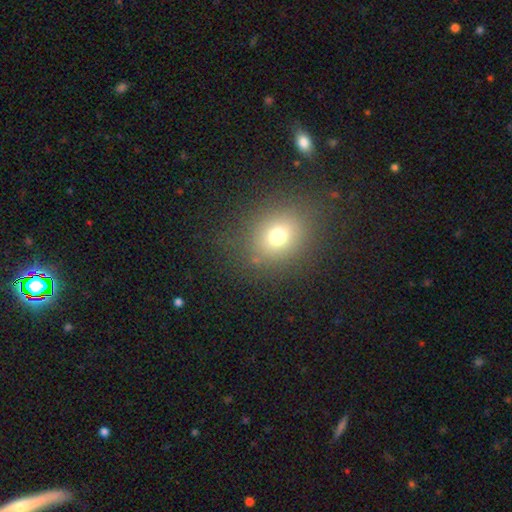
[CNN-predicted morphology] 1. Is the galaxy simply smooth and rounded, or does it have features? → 66% smooth, 24% star or artifact, 10% featured or disk.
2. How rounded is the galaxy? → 61% round, 37% in between, 1% cigar-shaped.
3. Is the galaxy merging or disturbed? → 88% none, 8% minor disturbance, 3% major disturbance, 1% merger.